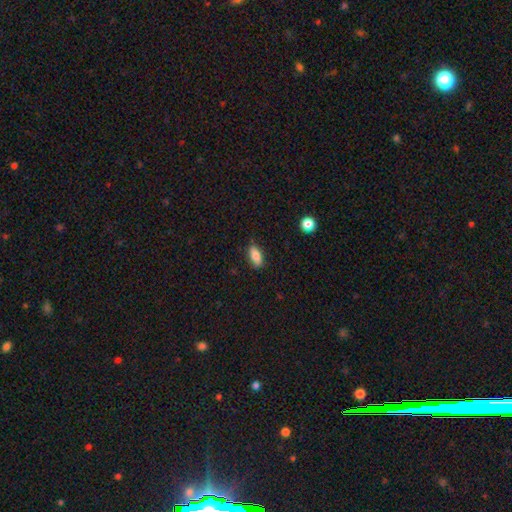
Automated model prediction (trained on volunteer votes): Smooth or featured?
  - smooth: 82% *
  - featured or disk: 11%
  - star or artifact: 7%
How rounded?
  - in between: 84% *
  - cigar-shaped: 12%
  - round: 4%
Merging?
  - none: 80% *
  - minor disturbance: 16%
  - major disturbance: 3%
  - merger: 1%